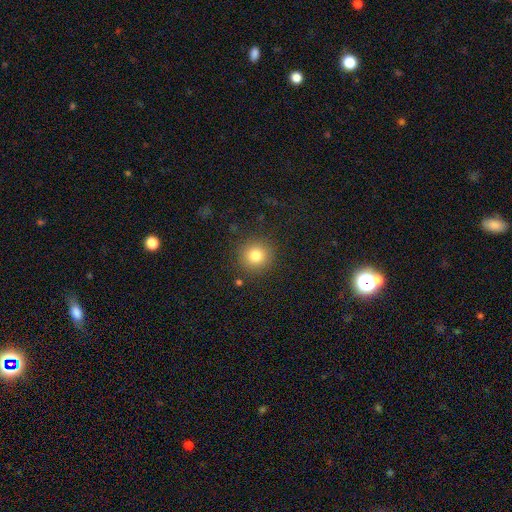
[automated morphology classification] The model was most divided on "smooth or featured": smooth: 81%, star or artifact: 12%, featured or disk: 7%. More confident: how rounded — round (92%); merging — none (89%).